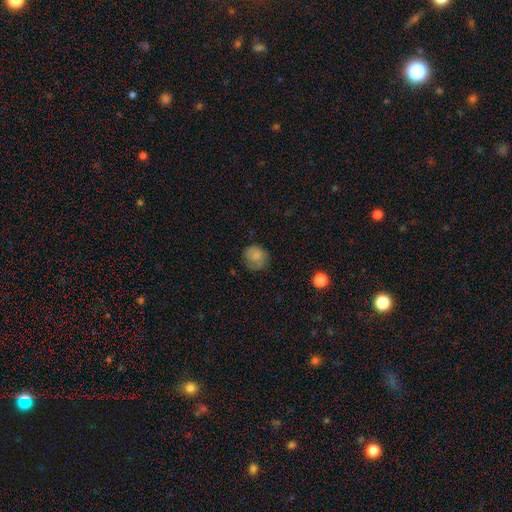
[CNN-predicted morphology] Overall: smooth (81%). How rounded: round (79%). Merging: none (69%).